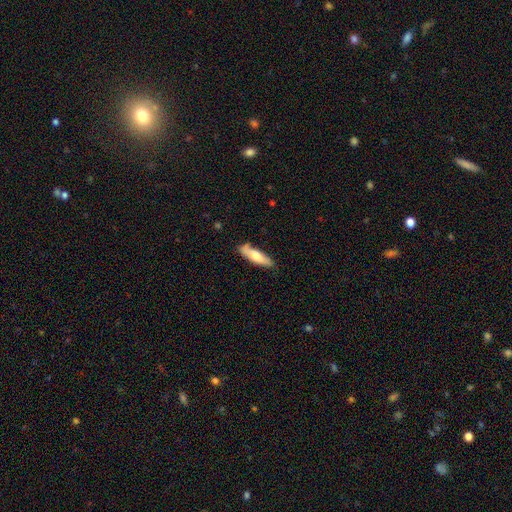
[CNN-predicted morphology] This is likely a smooth galaxy (68%). How rounded: likely cigar-shaped (63%). Merging: likely none (73%).